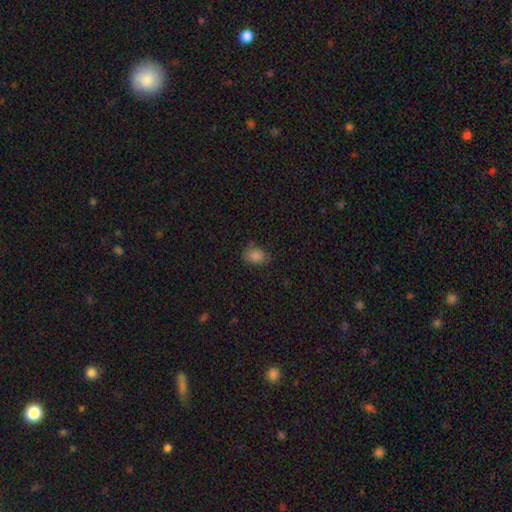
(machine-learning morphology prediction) Smooth or featured? smooth (82%)
How rounded? in between (70%)
Merging? none (72%)